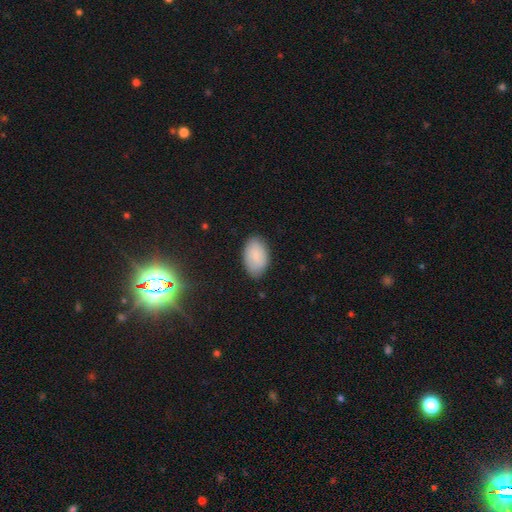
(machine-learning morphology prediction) smooth 86%, featured or disk 7%, star or artifact 7%. Down the decision tree: how rounded — in between (92%); merging — none (83%).